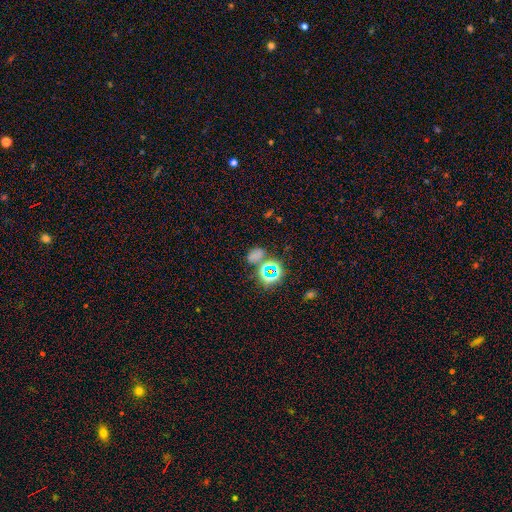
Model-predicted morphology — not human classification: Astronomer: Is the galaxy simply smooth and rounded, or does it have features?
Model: smooth — 53% (runner-up: star or artifact, 39%).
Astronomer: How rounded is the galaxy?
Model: in between — 61% (runner-up: round, 37%).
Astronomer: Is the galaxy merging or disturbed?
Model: none — 60%.